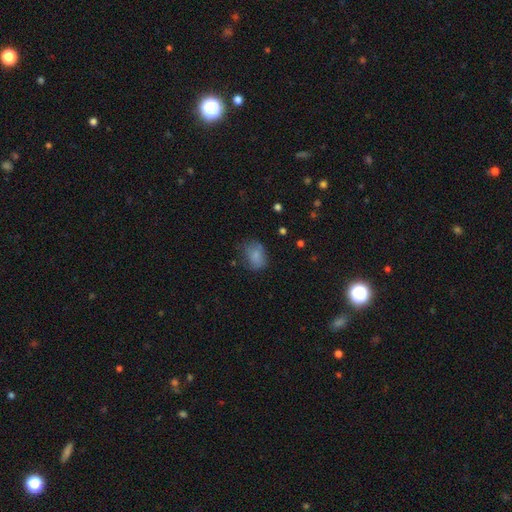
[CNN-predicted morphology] This is likely a smooth galaxy (79%). How rounded: likely in between (69%). Merging: possibly none (57%).